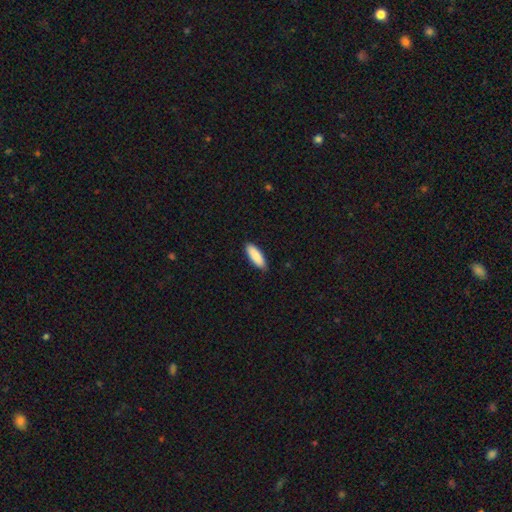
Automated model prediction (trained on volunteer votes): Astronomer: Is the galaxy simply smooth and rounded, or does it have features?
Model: smooth — 88%.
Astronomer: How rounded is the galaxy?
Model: in between — 62%.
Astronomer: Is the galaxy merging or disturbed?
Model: none — 88%.